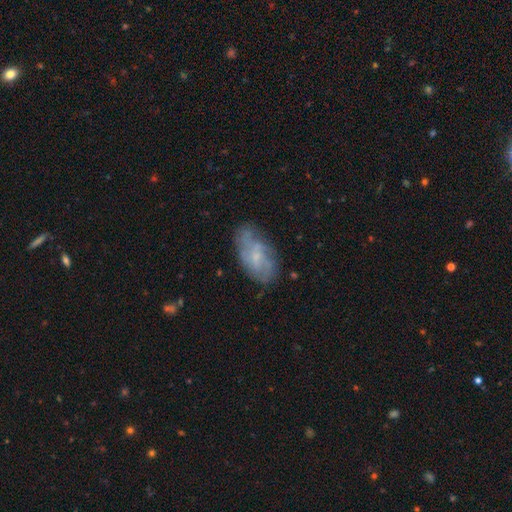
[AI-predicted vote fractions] Smooth or featured: featured or disk — 61% (smooth — 31%)
Edge-on disk: no — 94% (yes — 6%)
Bar: no — 60% (weak — 35%)
Spiral arms: yes — 70% (no — 30%)
Bulge size: small — 65% (moderate — 19%)
Merging: none — 63% (minor disturbance — 24%)